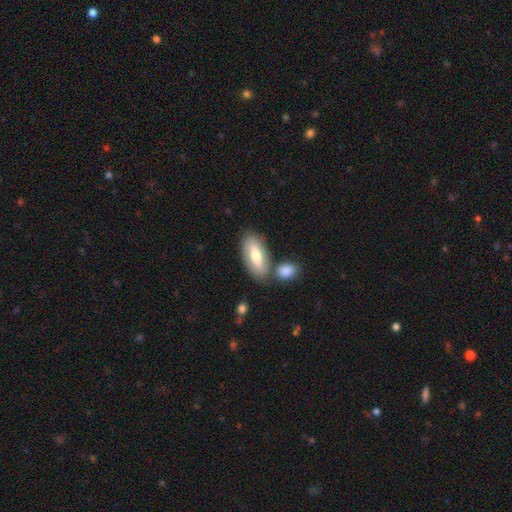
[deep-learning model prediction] A smooth galaxy with no disk features (62%) that is in between round and cigar-shaped (81%). Merging: none (67%).